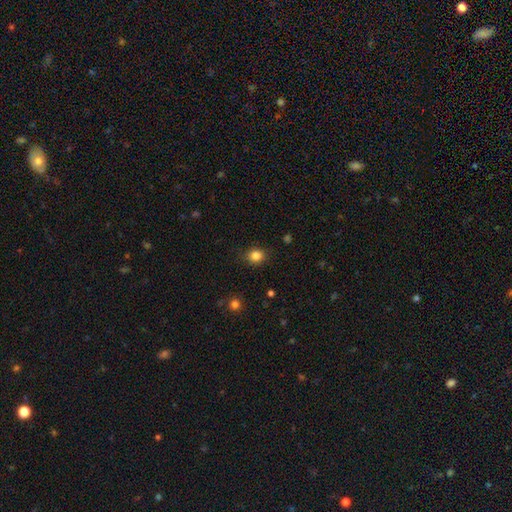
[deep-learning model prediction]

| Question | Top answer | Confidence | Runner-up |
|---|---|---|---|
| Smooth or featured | smooth | 84% | star or artifact (11%) |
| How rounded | round | 68% | in between (31%) |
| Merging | none | 85% | minor disturbance (11%) |